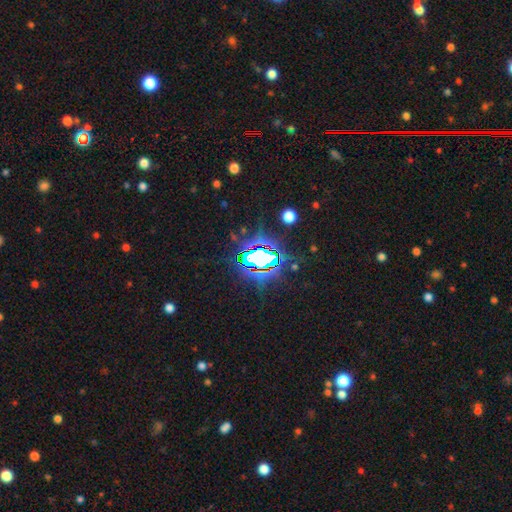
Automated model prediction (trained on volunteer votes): smooth_or_featured: star or artifact (p=0.84) [alt: smooth p=0.09]